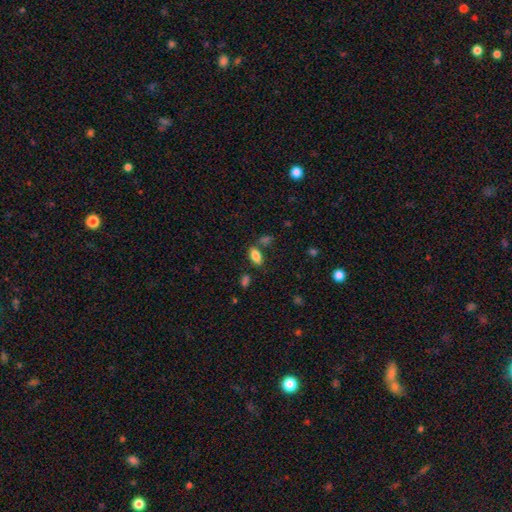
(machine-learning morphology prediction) type=smooth (84%); roundness=in between (90%); merging=none (73%).